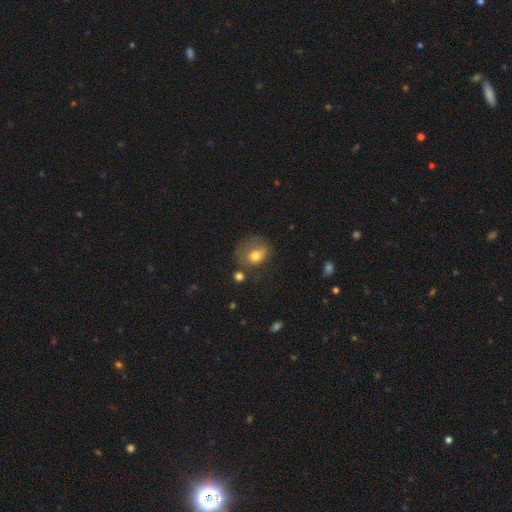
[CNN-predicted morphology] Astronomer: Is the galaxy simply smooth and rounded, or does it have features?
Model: smooth — 69%.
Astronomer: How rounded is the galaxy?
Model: round — 62%.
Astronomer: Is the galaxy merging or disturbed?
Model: none — 40% (runner-up: minor disturbance, 29%).